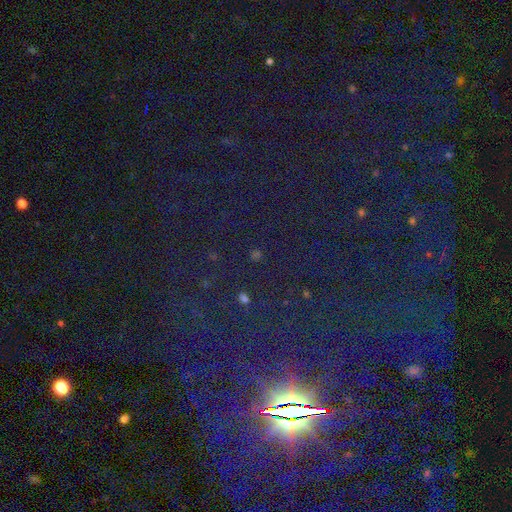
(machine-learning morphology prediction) Q: Smooth or featured?
A: star or artifact (85%); runner-up: smooth (9%)